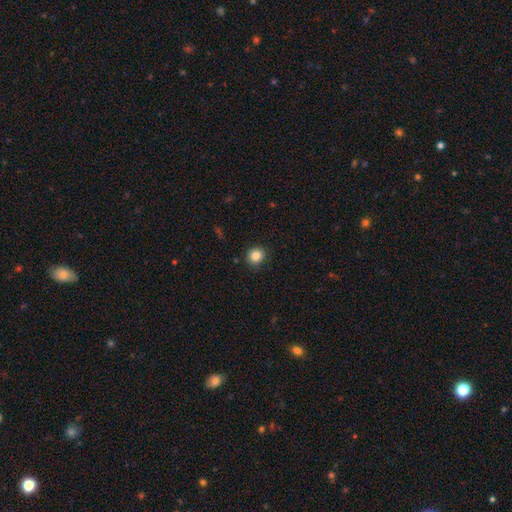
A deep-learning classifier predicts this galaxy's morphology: type=smooth (85%); roundness=round (87%); merging=none (88%).